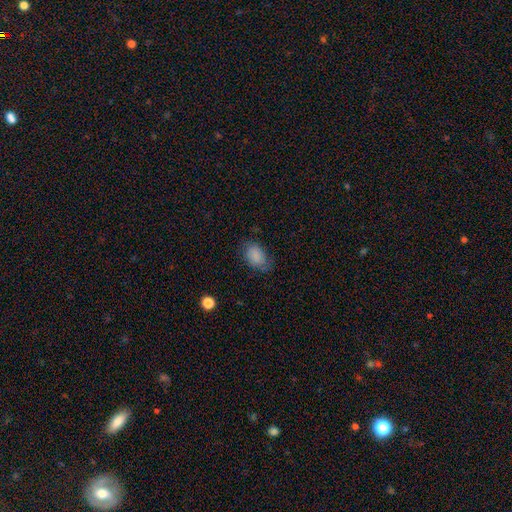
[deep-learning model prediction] This appears to be a smooth galaxy with no disk features (82%) that is in between round and cigar-shaped (80%). Merging: none (63%).